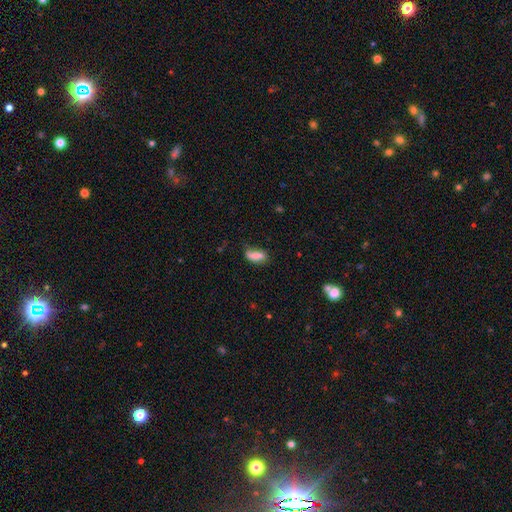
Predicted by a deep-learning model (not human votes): This appears to be a smooth galaxy with no disk features (80%) that is in between round and cigar-shaped (73%). Merging: none (59%).